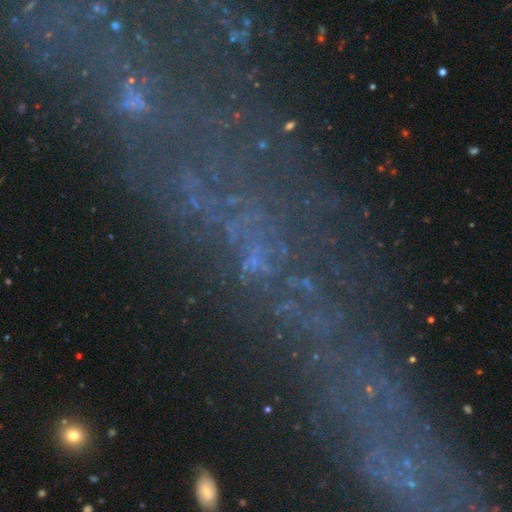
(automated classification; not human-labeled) smooth_or_featured: star or artifact (p=0.52) [alt: featured or disk p=0.32]